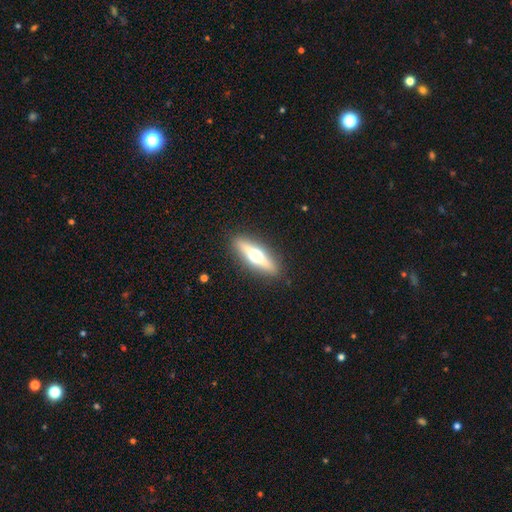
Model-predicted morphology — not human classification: This appears to be a featured or disk galaxy (60%) viewed edge-on (92%) with a rounded central bulge (96%). Merging: none (90%).